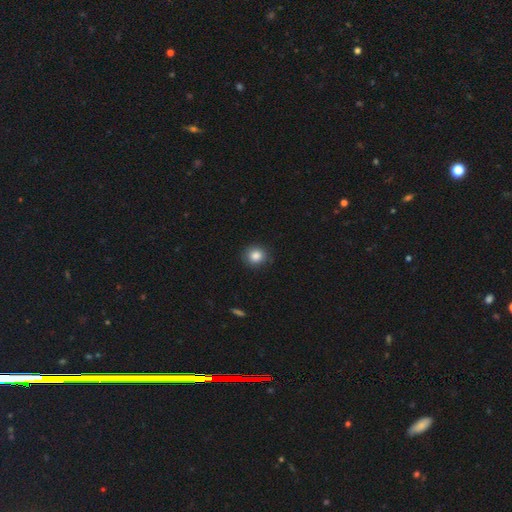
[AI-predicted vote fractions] A smooth galaxy with no disk features (86%) that is round (82%).

Vote fractions:
- Smooth or featured? smooth: 86% / star or artifact: 10% / featured or disk: 5%
- How rounded? round: 82% / in between: 17% / cigar-shaped: 1%
- Merging? none: 87% / minor disturbance: 10% / major disturbance: 2% / merger: 1%